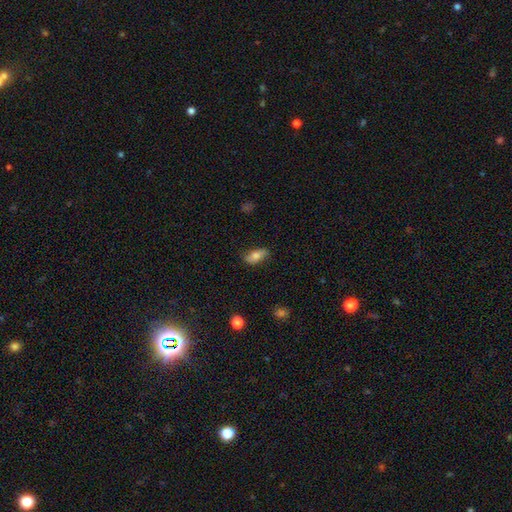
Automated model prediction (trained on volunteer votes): Smooth or featured: smooth — 73% (featured or disk — 20%)
How rounded: in between — 86% (cigar-shaped — 10%)
Merging: none — 77% (minor disturbance — 18%)